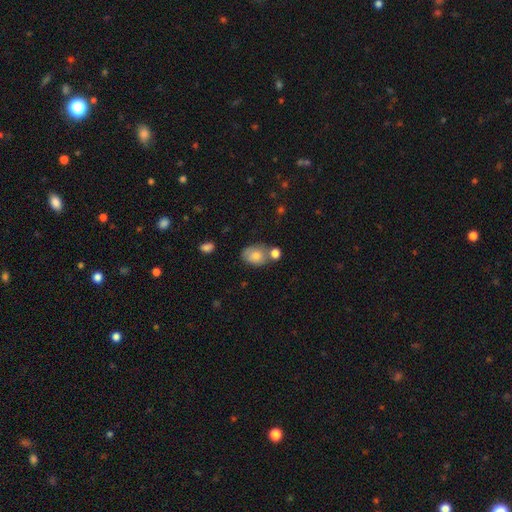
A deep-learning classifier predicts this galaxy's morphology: Overall: smooth (77%). How rounded: in between (75%). Merging: none (48%; merger 24%).